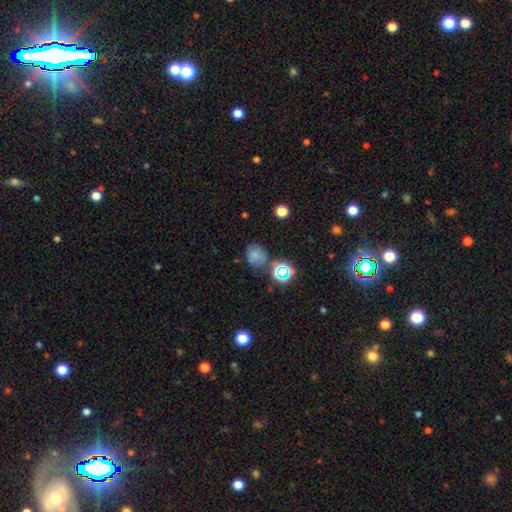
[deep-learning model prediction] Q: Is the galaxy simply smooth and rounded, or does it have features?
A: smooth — 64%.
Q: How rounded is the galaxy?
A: round — 62%.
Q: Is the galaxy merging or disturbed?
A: none — 56%.